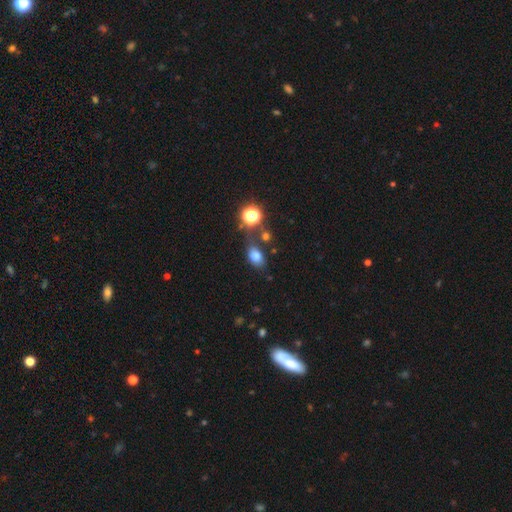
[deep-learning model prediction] The model was most divided on "merging": none: 58%, minor disturbance: 20%, merger: 13%, major disturbance: 8%. More confident: how rounded — in between (80%); smooth or featured — smooth (77%).